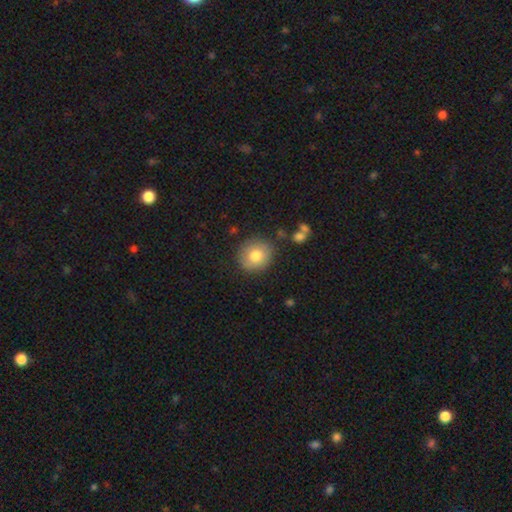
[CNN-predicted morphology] Overall: smooth (79%). How rounded: round (85%). Merging: none (83%).